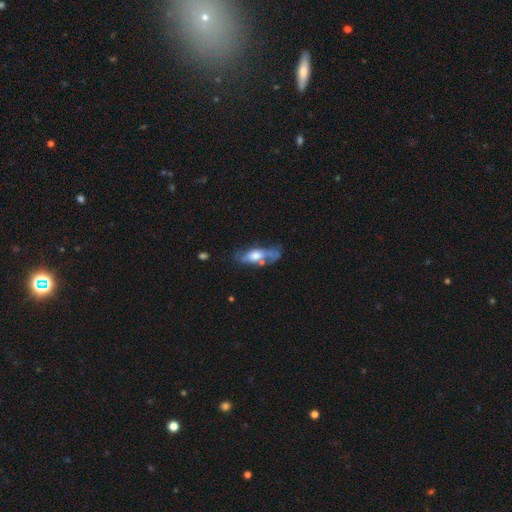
Overall: featured or disk (57%; smooth 41%). Edge-on disk: no (76%). Bar: no (62%; weak 38%). Spiral arms: yes (69%; no 31%). Spiral arm count: 1 (36%, tied with 2). Spiral winding: loose (45%; medium 36%). Bulge size: moderate (62%). Merging: none (42%; major disturbance 33%).